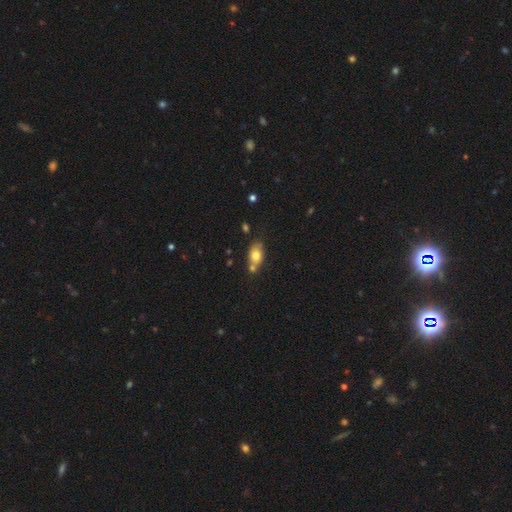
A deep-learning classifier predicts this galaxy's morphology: Overall: smooth (75%). How rounded: in between (83%). Merging: none (56%; merger 25%).